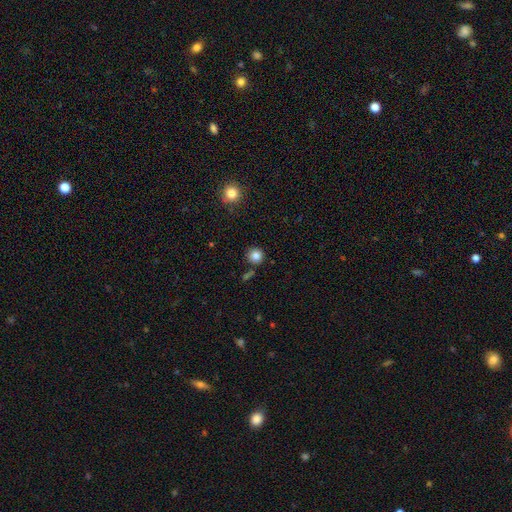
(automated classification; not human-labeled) Smooth or featured: smooth — 84% (star or artifact — 11%)
How rounded: round — 94% (in between — 5%)
Merging: none — 85% (minor disturbance — 8%)